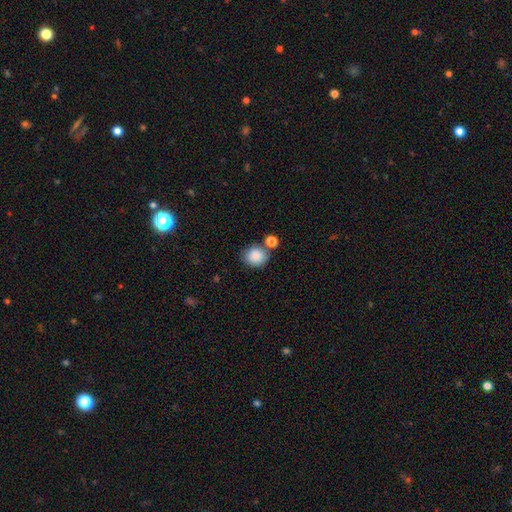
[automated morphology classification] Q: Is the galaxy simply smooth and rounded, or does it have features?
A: smooth — 87%.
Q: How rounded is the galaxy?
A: round — 72%.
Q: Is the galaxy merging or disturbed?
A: none — 65%.